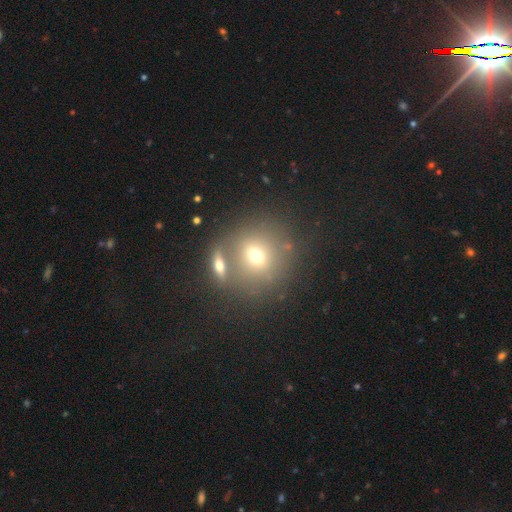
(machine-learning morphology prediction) smooth 64%, featured or disk 20%, star or artifact 16%. Down the decision tree: how rounded — round (81%); merging — none (60%).